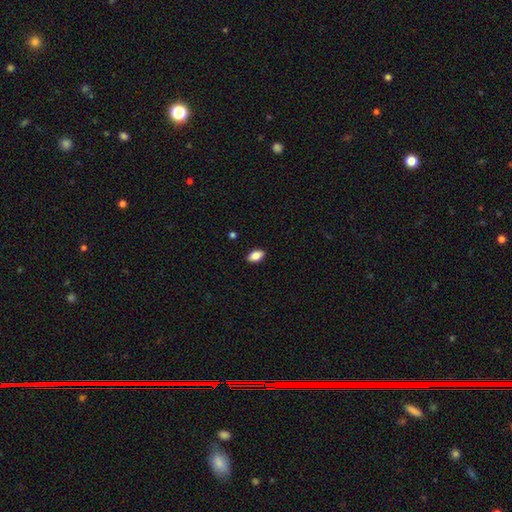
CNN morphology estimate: This appears to be a smooth galaxy with no disk features (83%) that is in between round and cigar-shaped (90%). Merging: none (89%).